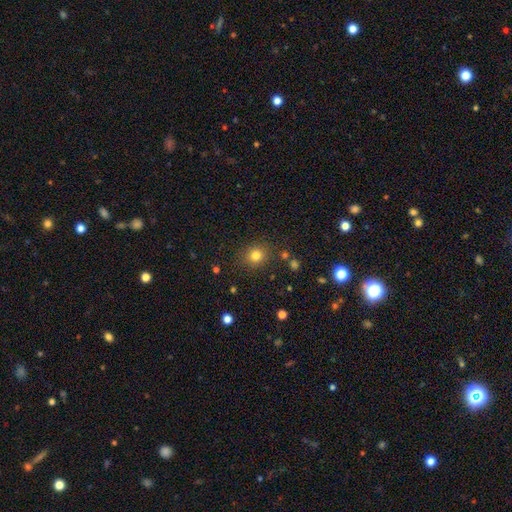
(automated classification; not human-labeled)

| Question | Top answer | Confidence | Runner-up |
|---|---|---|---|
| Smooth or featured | smooth | 80% | star or artifact (14%) |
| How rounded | round | 80% | in between (19%) |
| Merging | none | 84% | minor disturbance (9%) |